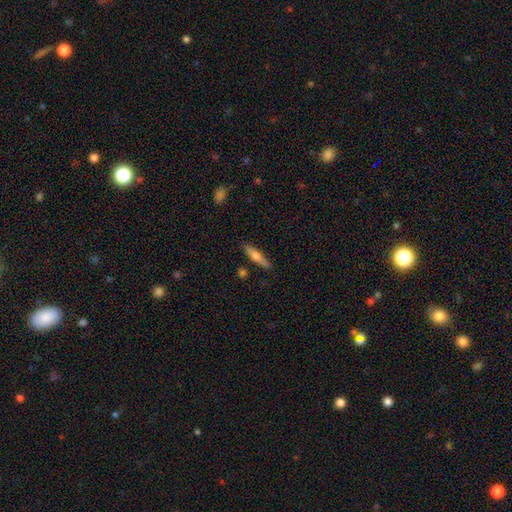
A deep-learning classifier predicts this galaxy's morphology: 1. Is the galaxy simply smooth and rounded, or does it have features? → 61% smooth, 33% featured or disk, 6% star or artifact.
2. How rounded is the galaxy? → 81% cigar-shaped, 17% in between, 2% round.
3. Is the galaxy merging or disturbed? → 83% none, 12% minor disturbance, 3% merger, 2% major disturbance.